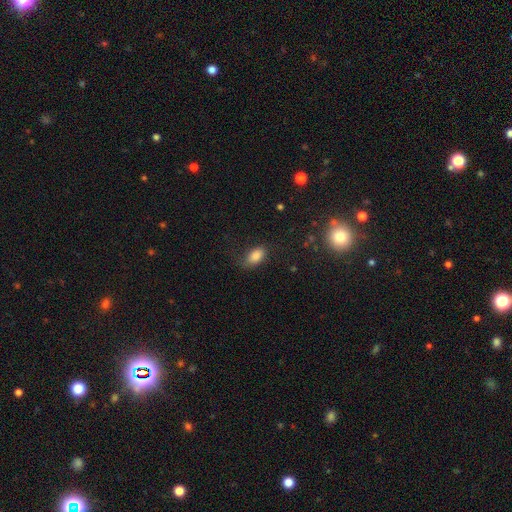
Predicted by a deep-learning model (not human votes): smooth 83%, star or artifact 9%, featured or disk 8%. Down the decision tree: how rounded — in between (91%); merging — none (66%).